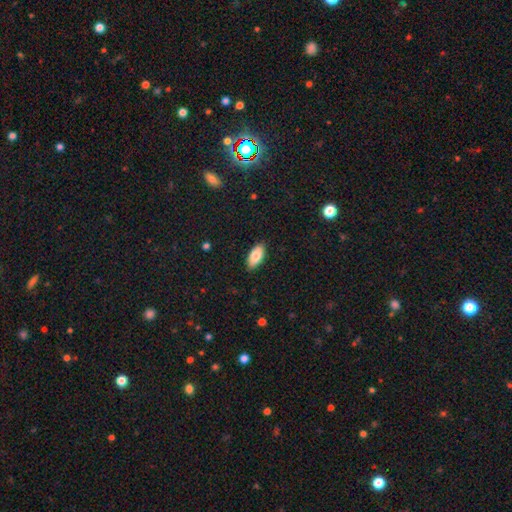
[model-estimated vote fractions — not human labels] This appears to be a smooth galaxy with no disk features (82%) that is in between round and cigar-shaped (91%). Merging: none (88%).